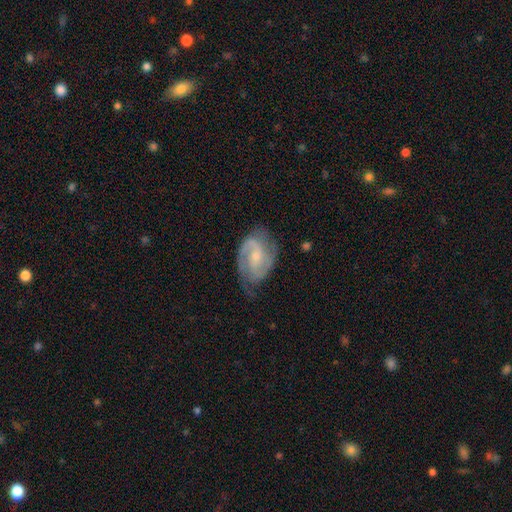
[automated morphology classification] Smooth or featured? Predicted: featured or disk (p=0.85). Edge-on disk? Predicted: no (p=0.97). Bar? Predicted: weak (p=0.47). Spiral arms? Predicted: yes (p=0.96). Spiral winding? Predicted: medium (p=0.49). Spiral arm count? Predicted: 2 (p=0.81). Bulge size? Predicted: small (p=0.58). Merging? Predicted: none (p=0.66).